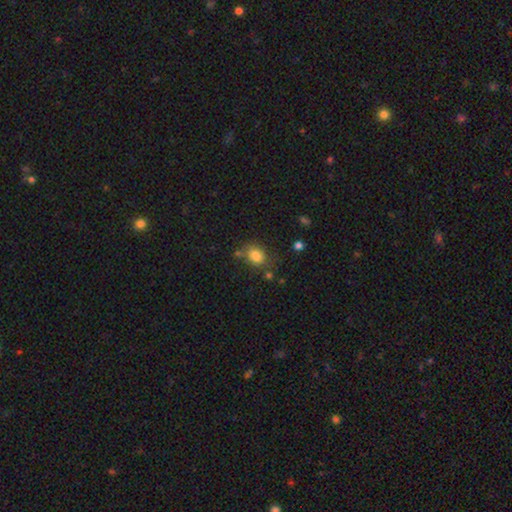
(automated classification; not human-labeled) smooth 82%, star or artifact 11%, featured or disk 7%. Down the decision tree: how rounded — in between (51%); merging — none (66%).